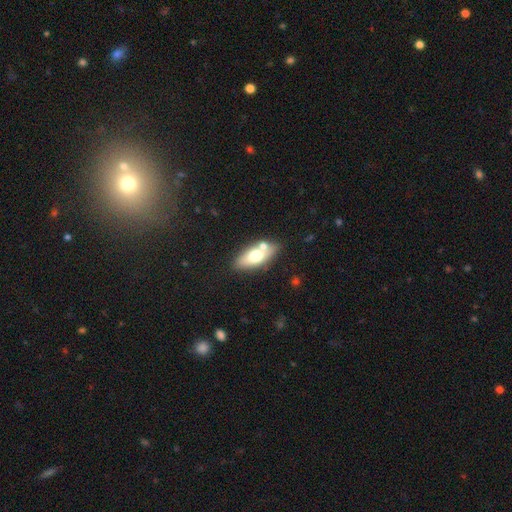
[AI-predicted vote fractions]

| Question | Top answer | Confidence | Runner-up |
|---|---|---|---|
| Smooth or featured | smooth | 63% | featured or disk (30%) |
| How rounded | in between | 78% | cigar-shaped (18%) |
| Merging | none | 68% | merger (16%) |